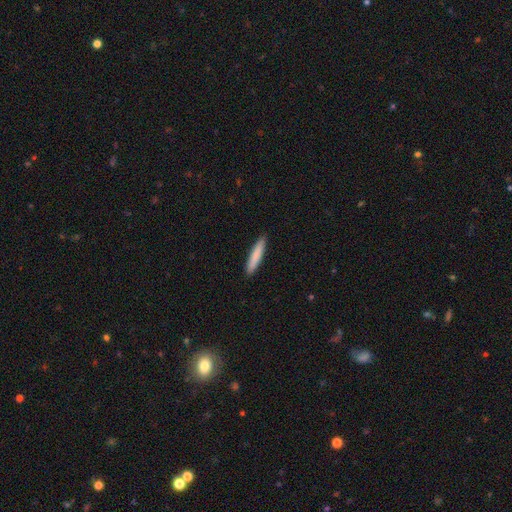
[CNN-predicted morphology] A smooth galaxy with no disk features (83%) that is cigar-shaped (92%).

Vote fractions:
- Smooth or featured? smooth: 83% / featured or disk: 12% / star or artifact: 5%
- How rounded? cigar-shaped: 92% / in between: 7% / round: 1%
- Merging? none: 91% / minor disturbance: 7% / major disturbance: 1% / merger: 1%